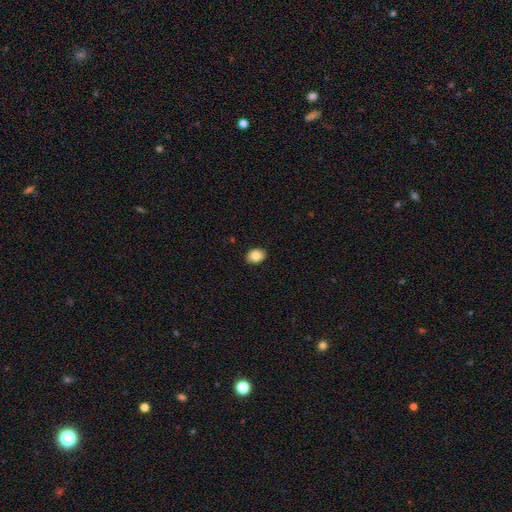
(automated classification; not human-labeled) smooth_or_featured: smooth (p=0.87) [alt: star or artifact p=0.08]
how_rounded: in between (p=0.69) [alt: round p=0.30]
merging: none (p=0.91) [alt: minor disturbance p=0.07]